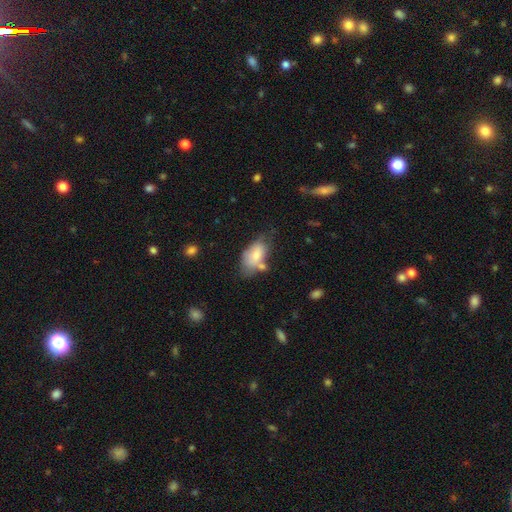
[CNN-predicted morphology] The model was most divided on "merging": none: 43%, minor disturbance: 29%, merger: 17%, major disturbance: 11%. More confident: how rounded — in between (92%); smooth or featured — smooth (74%).